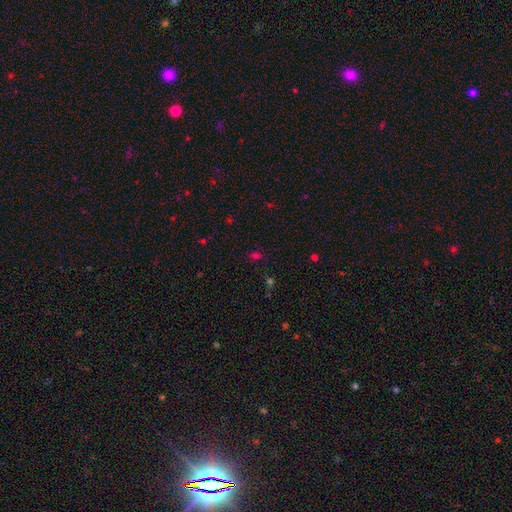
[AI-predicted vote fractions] smooth 49%, star or artifact 43%, featured or disk 8%. Down the decision tree: merging — none (68%).